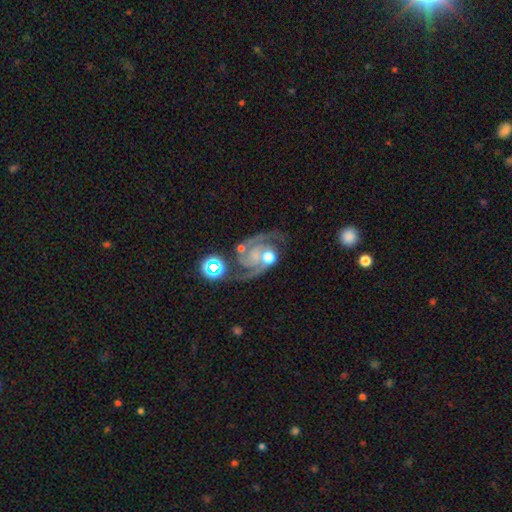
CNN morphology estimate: The model was most divided on "bulge size": moderate: 41%, small: 39%, none: 12%, large: 6%, dominant: 2%. More confident: spiral arms — yes (98%); edge-on disk — no (98%); smooth or featured — featured or disk (89%); spiral arm count — 2 (87%); merging — none (64%); bar — no (63%); spiral winding — medium (53%).